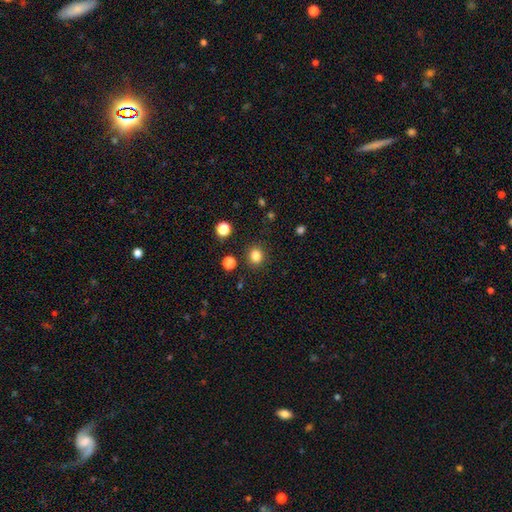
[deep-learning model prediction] Q: Smooth or featured?
A: smooth (83%); runner-up: star or artifact (13%)
Q: How rounded?
A: round (76%); runner-up: in between (23%)
Q: Merging?
A: none (86%); runner-up: minor disturbance (8%)